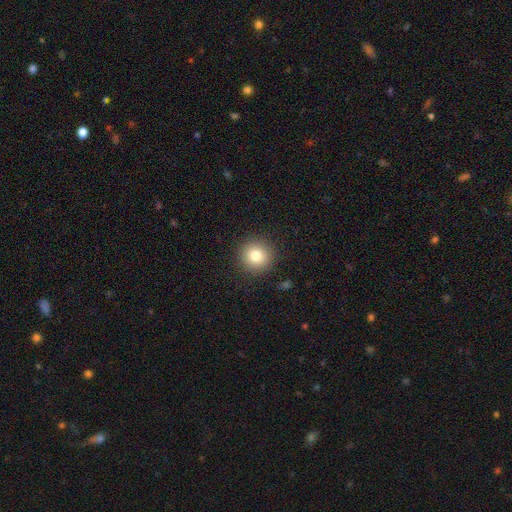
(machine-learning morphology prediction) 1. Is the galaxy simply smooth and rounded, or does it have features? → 81% smooth, 11% star or artifact, 8% featured or disk.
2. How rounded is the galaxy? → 94% round, 5% in between, 1% cigar-shaped.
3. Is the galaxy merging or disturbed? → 91% none, 6% minor disturbance, 2% major disturbance, 1% merger.